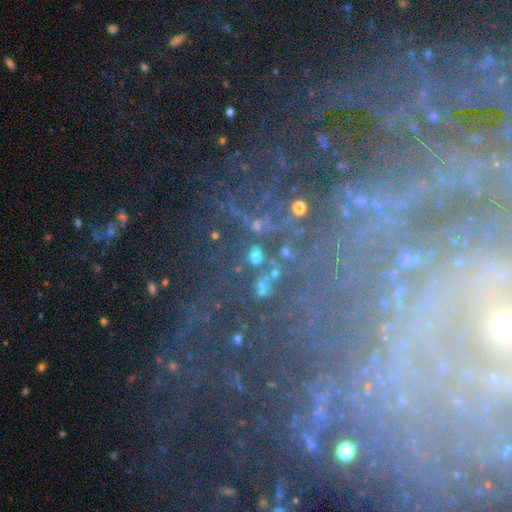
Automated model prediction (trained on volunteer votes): A star or artifact, not a galaxy (39%).

Vote fractions:
- Smooth or featured? star or artifact: 39% / smooth: 37% / featured or disk: 24%